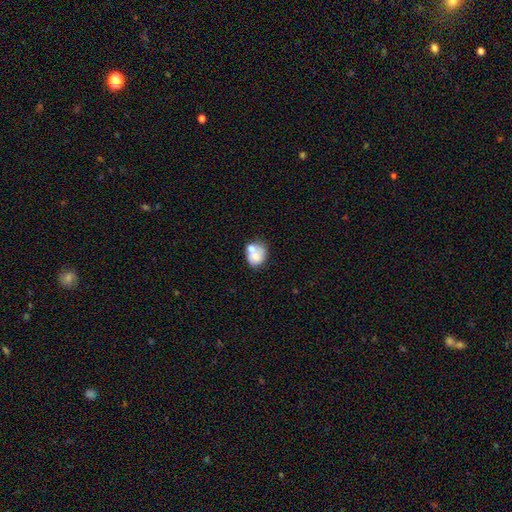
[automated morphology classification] A smooth galaxy with no disk features (63%) that is in between round and cigar-shaped (51%). Merging: merger (47%).